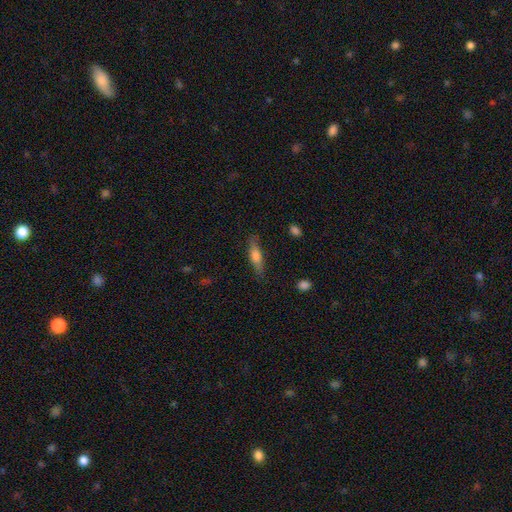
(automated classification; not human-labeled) smooth_or_featured: smooth (p=0.65) [alt: featured or disk p=0.28]
how_rounded: cigar-shaped (p=0.62) [alt: in between p=0.36]
merging: none (p=0.79) [alt: minor disturbance p=0.15]